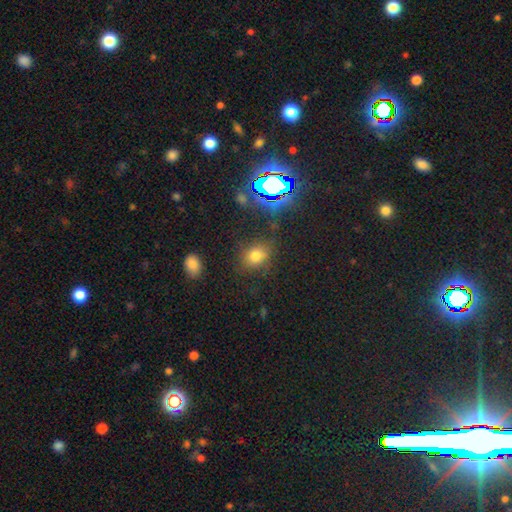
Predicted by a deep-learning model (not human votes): A smooth galaxy with no disk features (70%) that is round (52%).

Vote fractions:
- Smooth or featured? smooth: 70% / star or artifact: 21% / featured or disk: 9%
- How rounded? round: 52% / in between: 47% / cigar-shaped: 1%
- Merging? none: 77% / minor disturbance: 14% / major disturbance: 5% / merger: 3%